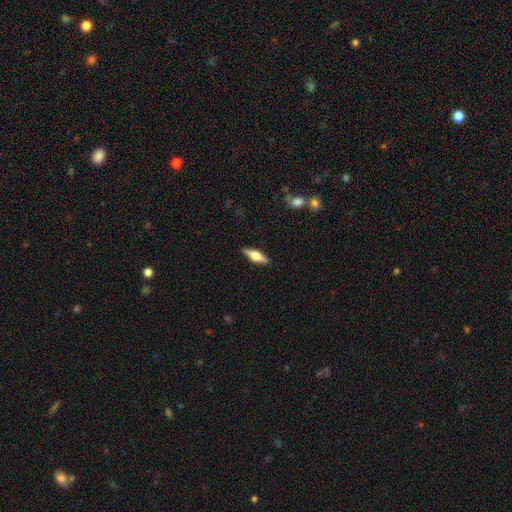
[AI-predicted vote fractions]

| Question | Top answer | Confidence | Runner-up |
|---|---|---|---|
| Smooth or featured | featured or disk | 52% | smooth (42%) |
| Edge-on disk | yes | 94% | no (6%) |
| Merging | none | 89% | minor disturbance (8%) |